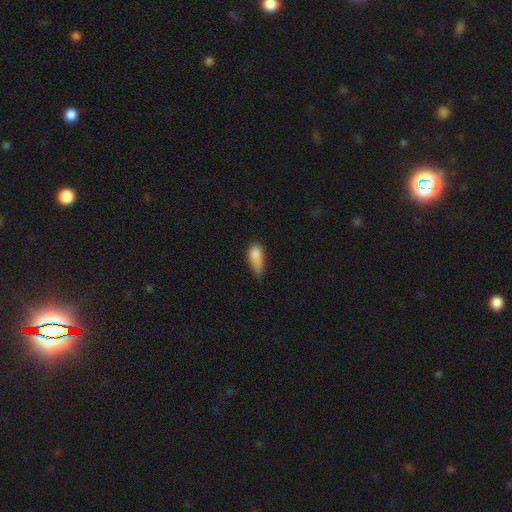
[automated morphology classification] This appears to be a smooth galaxy with no disk features (83%) that is in between round and cigar-shaped (75%). Merging: minor disturbance (46%).